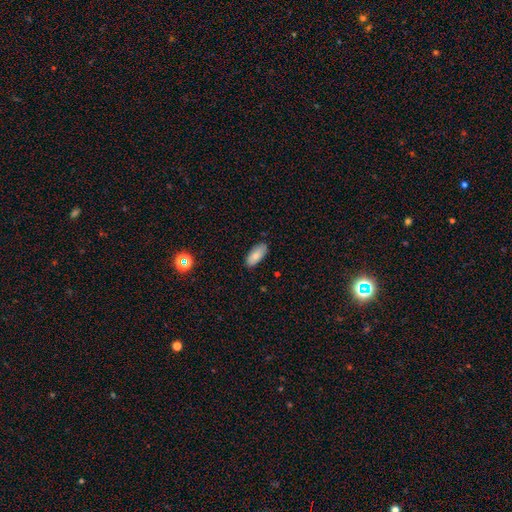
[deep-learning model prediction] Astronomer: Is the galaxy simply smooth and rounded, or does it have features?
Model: smooth — 83%.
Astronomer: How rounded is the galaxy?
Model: in between — 87%.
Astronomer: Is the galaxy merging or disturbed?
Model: none — 85%.